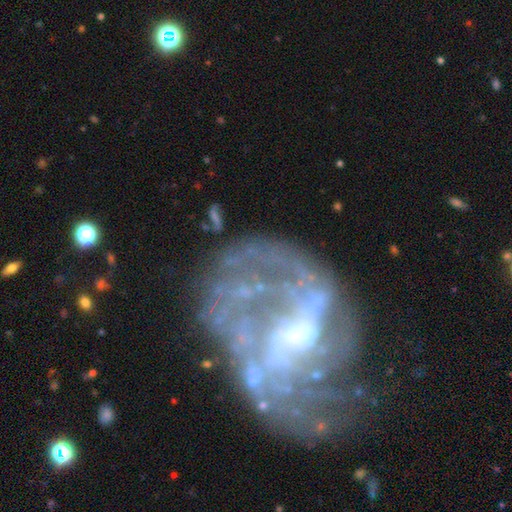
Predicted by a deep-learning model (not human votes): A featured or disk galaxy (81%) with a weak bar (44%), medium (38%) spiral arms (74%) and a small central bulge (36%). Merging: none (47%).